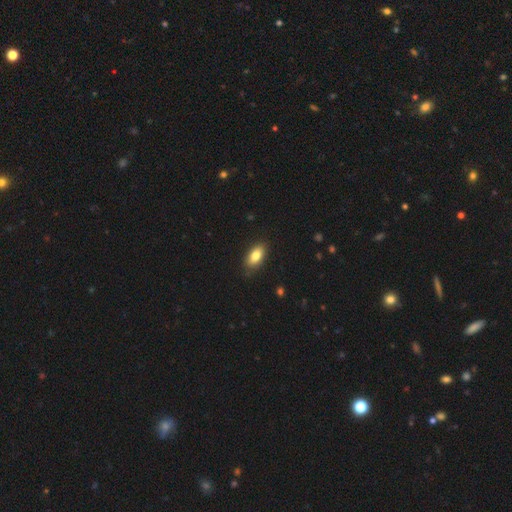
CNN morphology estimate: A smooth galaxy with no disk features (82%) that is in between round and cigar-shaped (90%).

Vote fractions:
- Smooth or featured? smooth: 82% / featured or disk: 11% / star or artifact: 7%
- How rounded? in between: 90% / cigar-shaped: 5% / round: 5%
- Merging? none: 86% / minor disturbance: 11% / major disturbance: 2% / merger: 1%